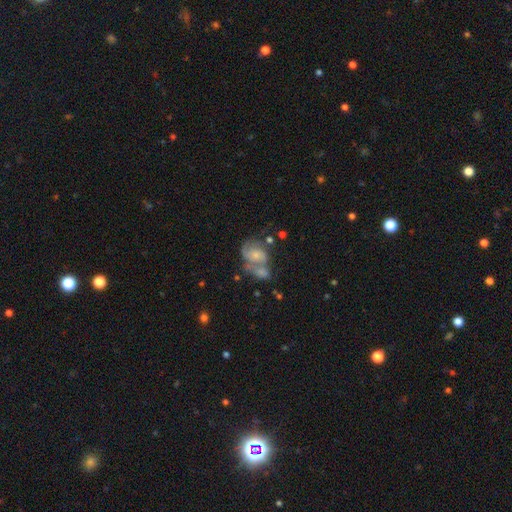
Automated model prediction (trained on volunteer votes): Morphology: type=featured or disk (61%); edge-on=no (97%); bar=no (67%); spiral arms=yes (83%); bulge=small (52%); merging=merger (45%).